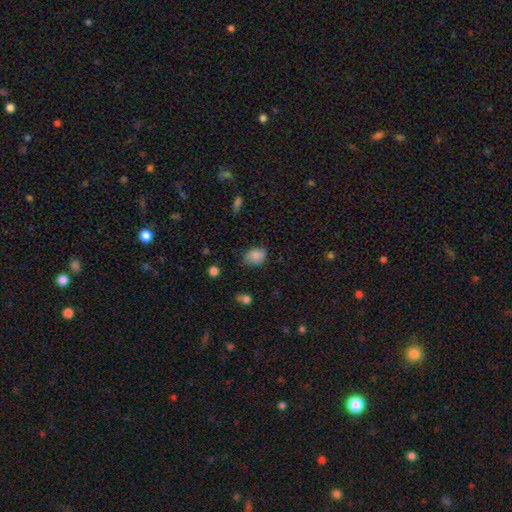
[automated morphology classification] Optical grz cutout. It shows a smooth galaxy with no disk features (85%) that is in between round and cigar-shaped (68%). Merging: none (70%).